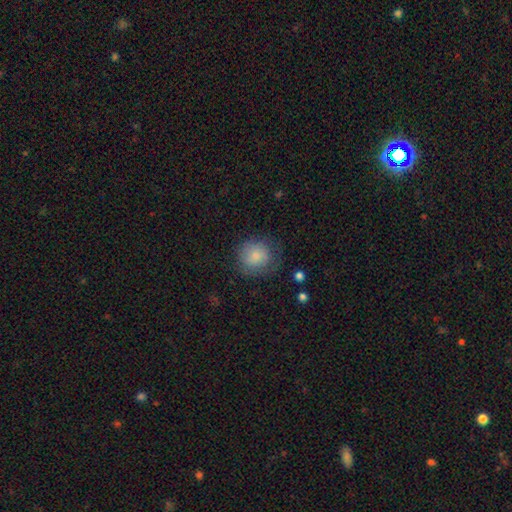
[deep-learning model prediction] A smooth galaxy with no disk features (81%) that is round (86%). Merging: none (68%).